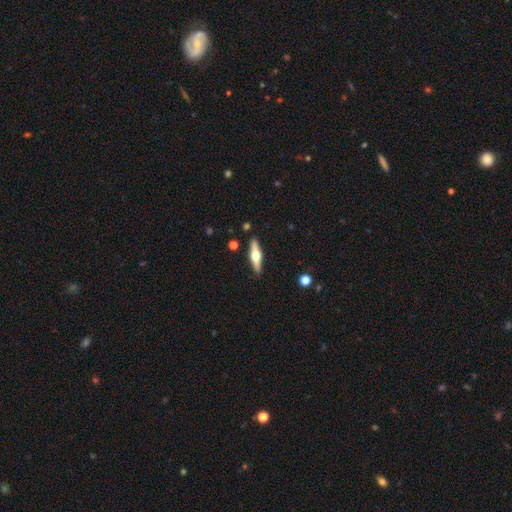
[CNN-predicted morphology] A featured or disk galaxy (64%) viewed edge-on (96%) with a rounded central bulge (95%).

Vote fractions:
- Smooth or featured? featured or disk: 64% / smooth: 31% / star or artifact: 6%
- Edge-on disk? yes: 96% / no: 4%
- Edge-on bulge? rounded: 95% / boxy: 3% / none: 2%
- Merging? none: 89% / minor disturbance: 8% / merger: 2% / major disturbance: 2%